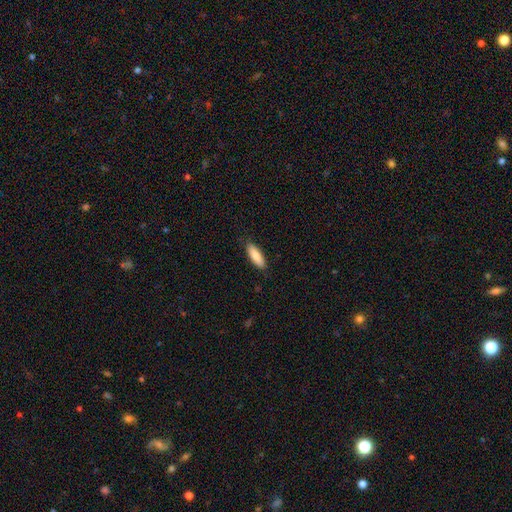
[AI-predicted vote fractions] A smooth galaxy with no disk features (84%) that is in between round and cigar-shaped (55%).

Vote fractions:
- Smooth or featured? smooth: 84% / featured or disk: 10% / star or artifact: 6%
- How rounded? in between: 55% / cigar-shaped: 44% / round: 2%
- Merging? none: 86% / minor disturbance: 11% / major disturbance: 2% / merger: 1%